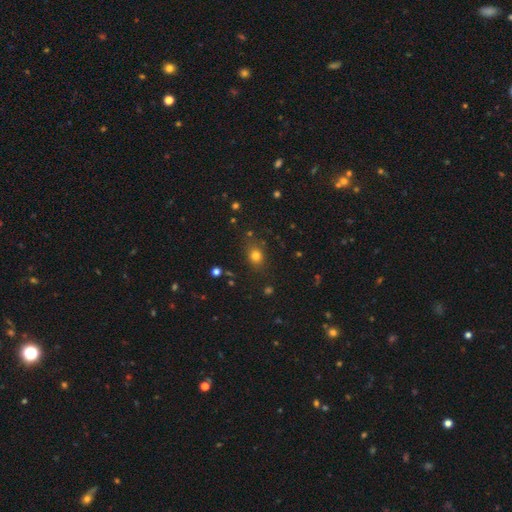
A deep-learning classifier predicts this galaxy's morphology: smooth-or-featured: smooth: 77% | star or artifact: 16% | featured or disk: 7%
  how-rounded: round: 57% | in between: 41% | cigar-shaped: 1%
  merging: none: 79% | minor disturbance: 14% | major disturbance: 5% | merger: 3%